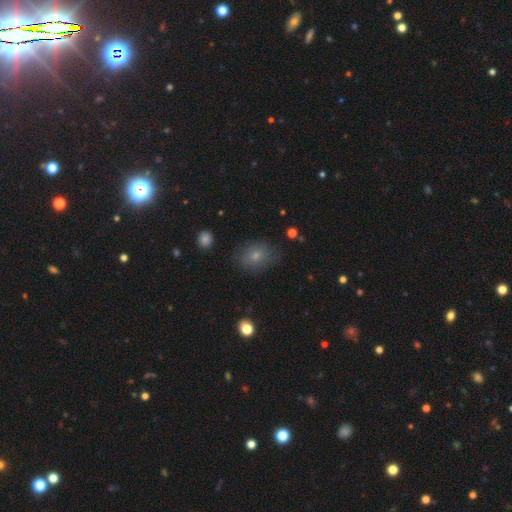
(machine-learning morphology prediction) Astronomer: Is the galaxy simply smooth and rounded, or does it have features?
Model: smooth — 73%.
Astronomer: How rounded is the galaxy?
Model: in between — 66%.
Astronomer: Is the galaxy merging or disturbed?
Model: none — 74%.